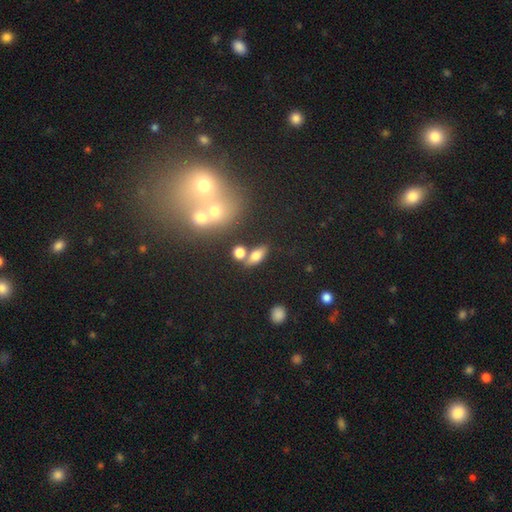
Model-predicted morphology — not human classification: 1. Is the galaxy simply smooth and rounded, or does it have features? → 68% smooth, 20% featured or disk, 12% star or artifact.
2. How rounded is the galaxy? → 76% in between, 14% cigar-shaped, 9% round.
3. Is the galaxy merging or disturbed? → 62% none, 20% merger, 13% minor disturbance, 5% major disturbance.